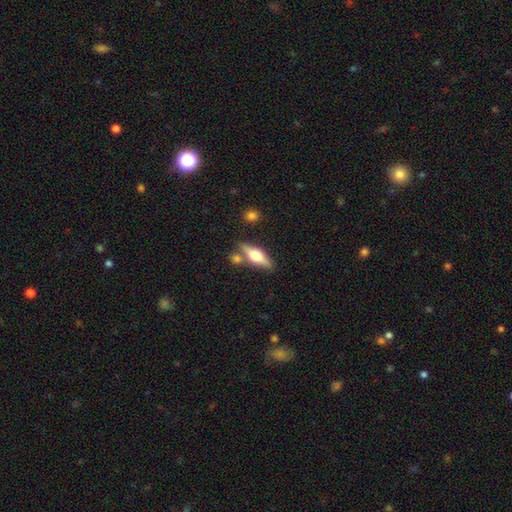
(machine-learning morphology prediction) smooth-or-featured: featured or disk: 56% | smooth: 38% | star or artifact: 7%
  disk-edge-on: yes: 92% | no: 8%
    edge-on-bulge: rounded: 95% | boxy: 4% | none: 2%
  merging: none: 74% | merger: 12% | minor disturbance: 11% | major disturbance: 3%